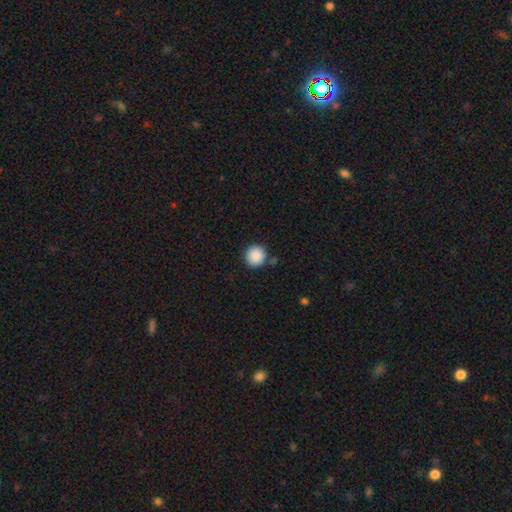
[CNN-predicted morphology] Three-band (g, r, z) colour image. It shows a smooth galaxy with no disk features (89%) that is round (95%). Merging: none (86%).